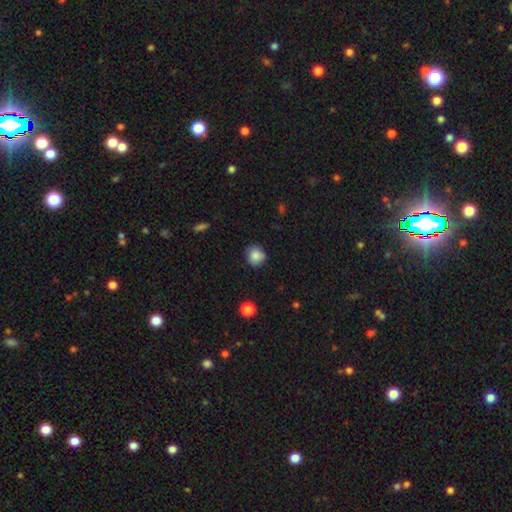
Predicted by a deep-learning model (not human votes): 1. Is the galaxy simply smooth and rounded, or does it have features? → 86% smooth, 9% star or artifact, 4% featured or disk.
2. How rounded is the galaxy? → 90% round, 9% in between, 1% cigar-shaped.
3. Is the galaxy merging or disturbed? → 87% none, 10% minor disturbance, 2% major disturbance, 1% merger.